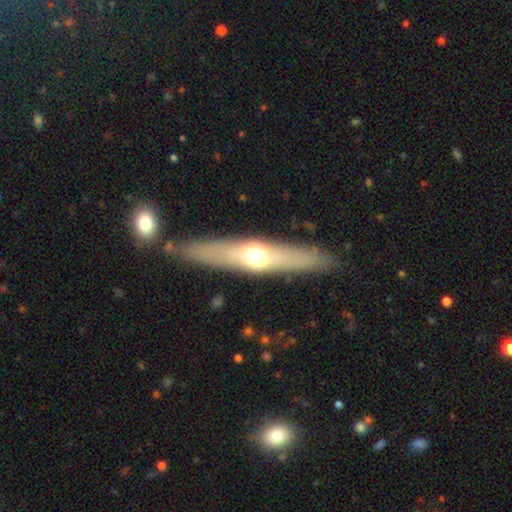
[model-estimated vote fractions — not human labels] Smooth or featured?
  - featured or disk: 52% *
  - smooth: 42%
  - star or artifact: 6%
Edge-on disk?
  - yes: 84% *
  - no: 16%
Merging?
  - none: 87% *
  - minor disturbance: 9%
  - major disturbance: 3%
  - merger: 2%